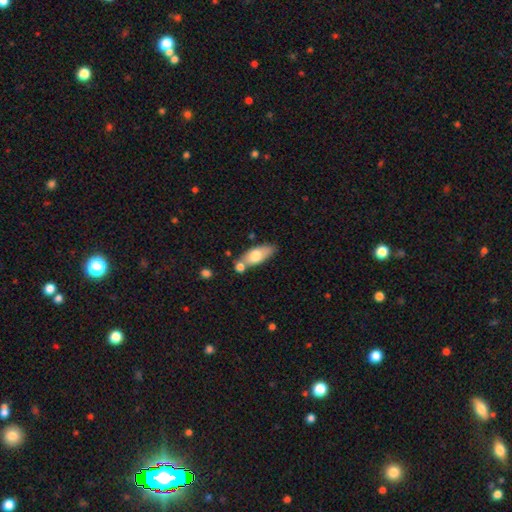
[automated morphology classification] smooth 68%, featured or disk 26%, star or artifact 6%. Down the decision tree: how rounded — in between (77%); merging — none (58%).